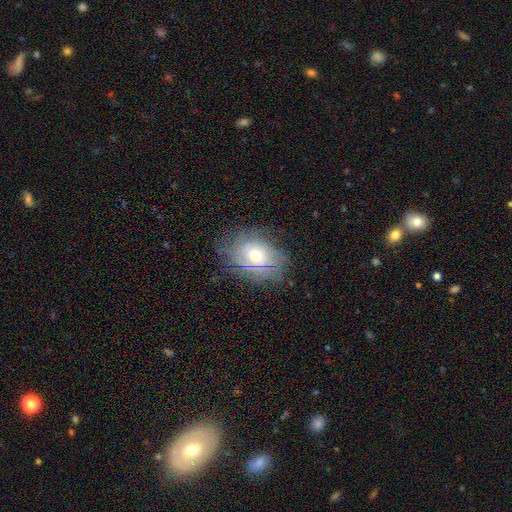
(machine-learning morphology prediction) Smooth or featured? featured or disk (53%)
Edge-on disk? no (94%)
Merging? none (69%)